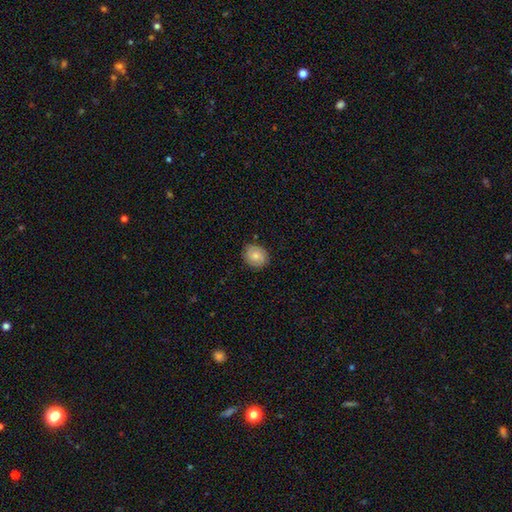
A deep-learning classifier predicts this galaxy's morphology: A smooth galaxy with no disk features (59%) that is round (69%). Merging: none (84%).